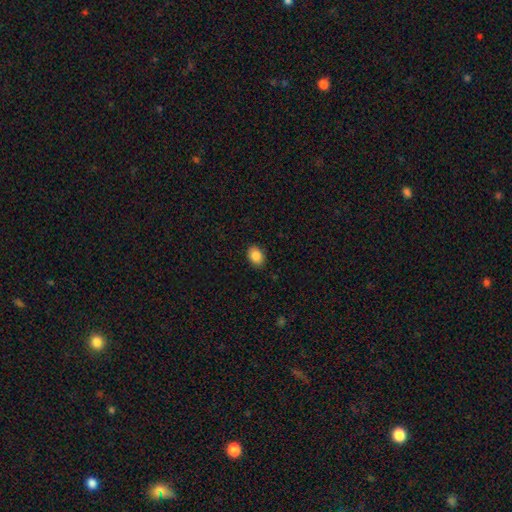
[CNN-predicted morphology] This is clearly a smooth galaxy (88%). How rounded: likely in between (73%). Merging: clearly none (89%).